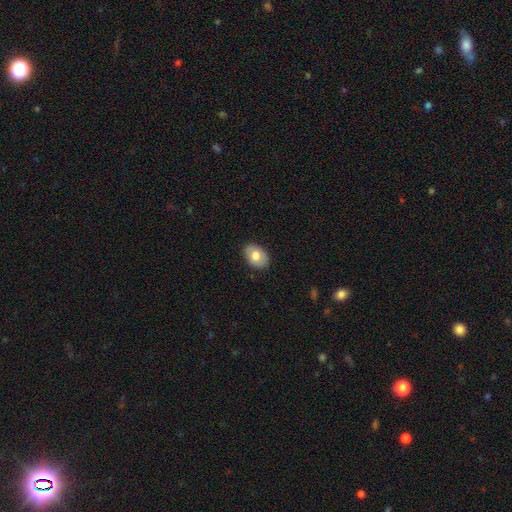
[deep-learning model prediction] Smooth or featured? Predicted: smooth (p=0.76). How rounded? Predicted: in between (p=0.79). Merging? Predicted: none (p=0.86).